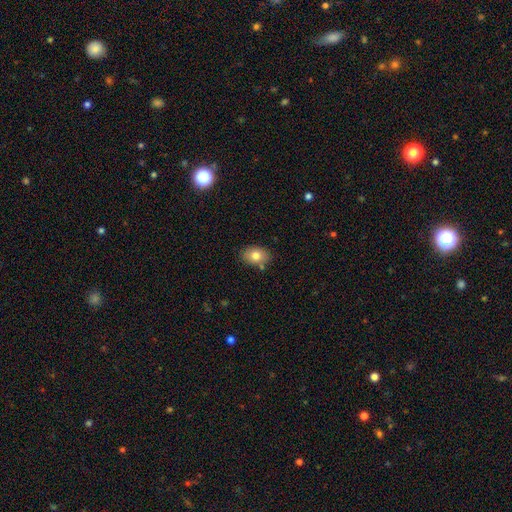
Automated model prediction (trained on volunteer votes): Smooth or featured? Predicted: smooth (p=0.79). How rounded? Predicted: in between (p=0.74). Merging? Predicted: none (p=0.79).